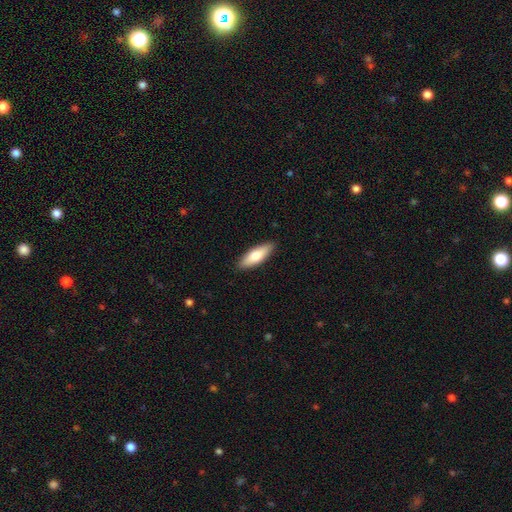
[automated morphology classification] This is likely a smooth galaxy (74%). How rounded: possibly in between (57%). Merging: clearly none (89%).